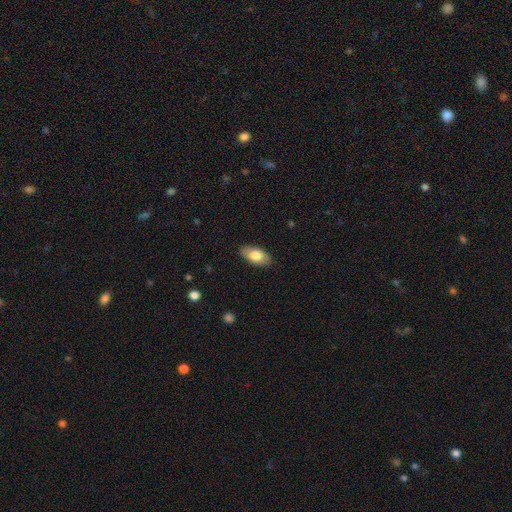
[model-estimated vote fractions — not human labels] A smooth galaxy with no disk features (79%) that is in between round and cigar-shaped (92%).

Vote fractions:
- Smooth or featured? smooth: 79% / featured or disk: 15% / star or artifact: 6%
- How rounded? in between: 92% / cigar-shaped: 5% / round: 3%
- Merging? none: 86% / minor disturbance: 10% / major disturbance: 2% / merger: 1%